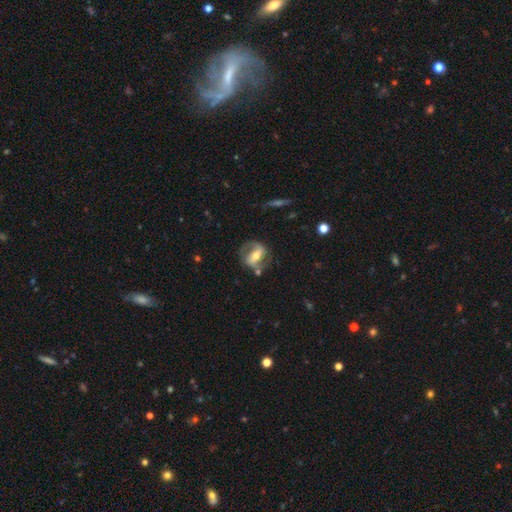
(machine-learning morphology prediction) Smooth or featured? featured or disk (76%)
Edge-on disk? no (95%)
Bar? strong (56%)
Spiral arms? yes (85%)
Spiral winding? medium (49%)
Spiral arm count? 2 (83%)
Bulge size? moderate (61%)
Merging? none (68%)